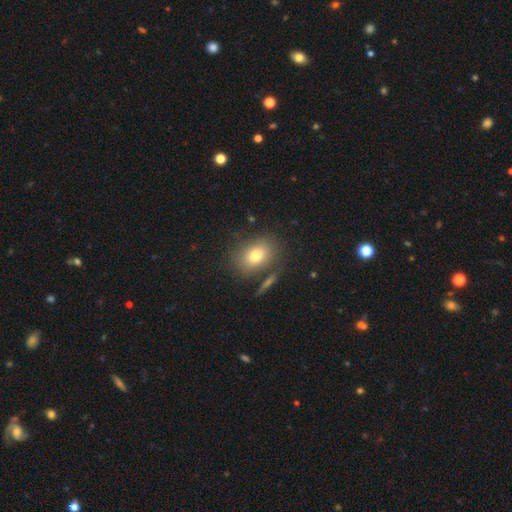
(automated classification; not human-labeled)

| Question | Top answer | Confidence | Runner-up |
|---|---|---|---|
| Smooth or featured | smooth | 77% | featured or disk (12%) |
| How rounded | in between | 63% | round (35%) |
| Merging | none | 76% | minor disturbance (12%) |